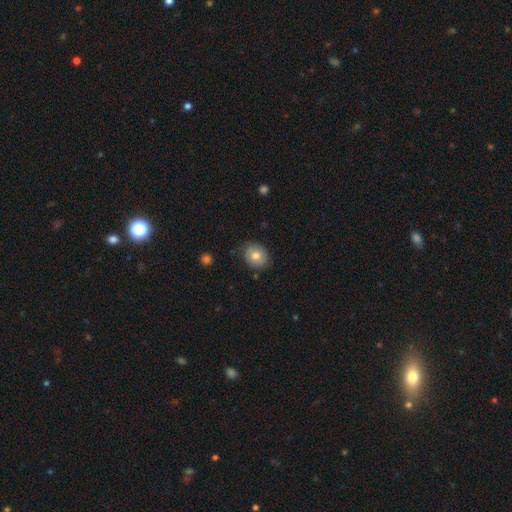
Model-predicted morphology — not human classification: This is likely a smooth galaxy (69%). How rounded: likely round (60%). Merging: likely none (79%).